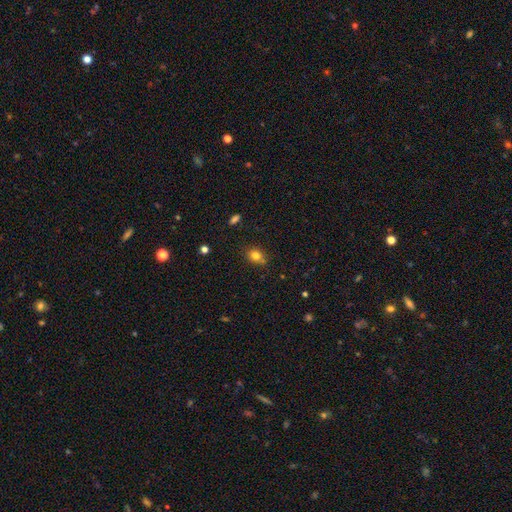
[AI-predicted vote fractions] Overall: smooth (79%). How rounded: round (49%, tied with in between). Merging: none (69%).